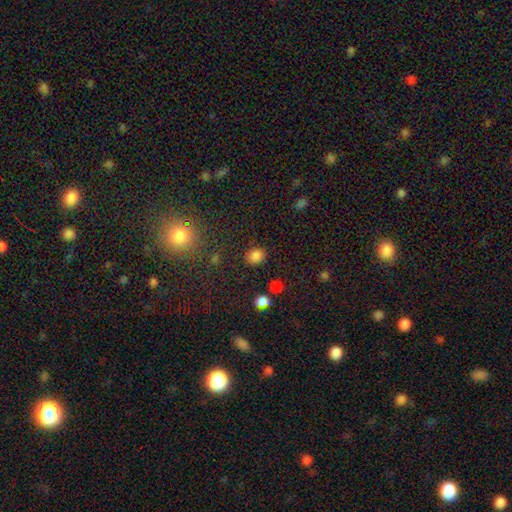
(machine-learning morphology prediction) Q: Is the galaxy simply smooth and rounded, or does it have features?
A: smooth — 82%.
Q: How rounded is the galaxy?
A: round — 70%.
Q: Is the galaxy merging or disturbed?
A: none — 85%.